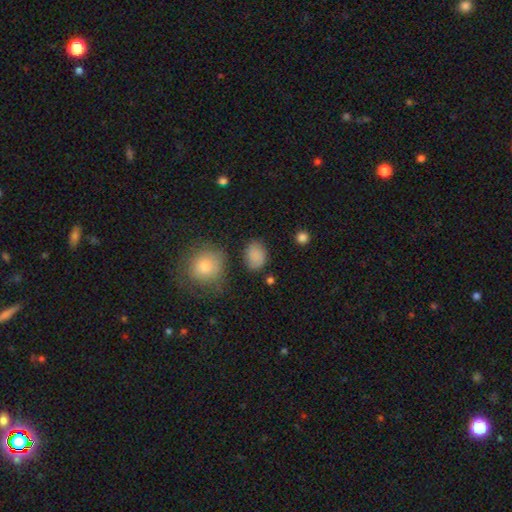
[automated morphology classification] smooth-or-featured: smooth: 83% | star or artifact: 10% | featured or disk: 7%
  how-rounded: in between: 66% | round: 33% | cigar-shaped: 1%
  merging: none: 72% | minor disturbance: 19% | major disturbance: 5% | merger: 4%